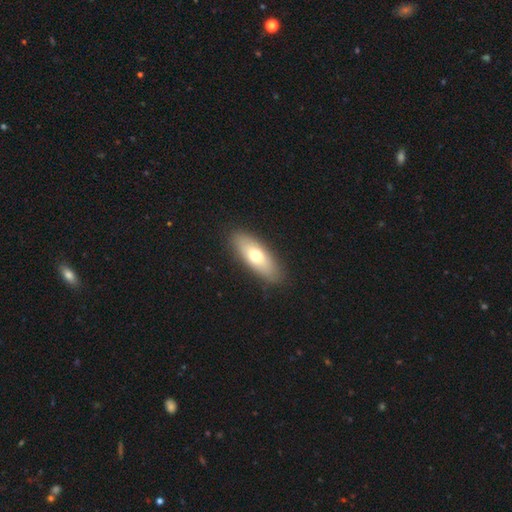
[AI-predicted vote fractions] Q: Smooth or featured?
A: smooth (66%); runner-up: featured or disk (28%)
Q: How rounded?
A: in between (69%); runner-up: cigar-shaped (28%)
Q: Merging?
A: none (87%); runner-up: minor disturbance (10%)